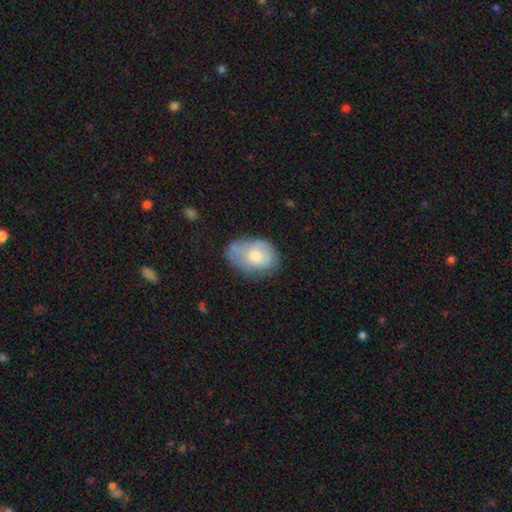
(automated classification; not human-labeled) Smooth or featured? Predicted: smooth (p=0.64). How rounded? Predicted: in between (p=0.79). Merging? Predicted: none (p=0.47).